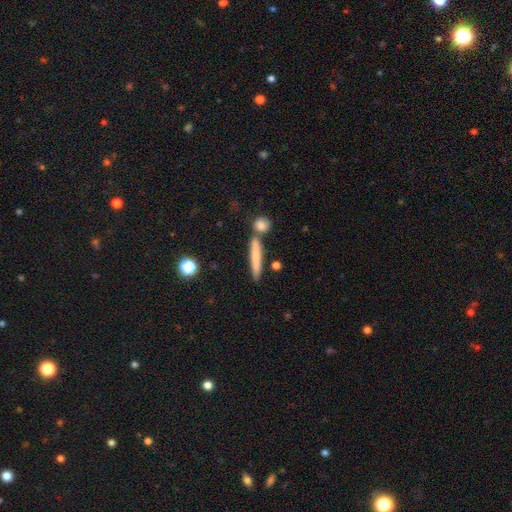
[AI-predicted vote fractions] This is likely a smooth galaxy (70%). How rounded: clearly cigar-shaped (92%). Merging: likely none (75%).